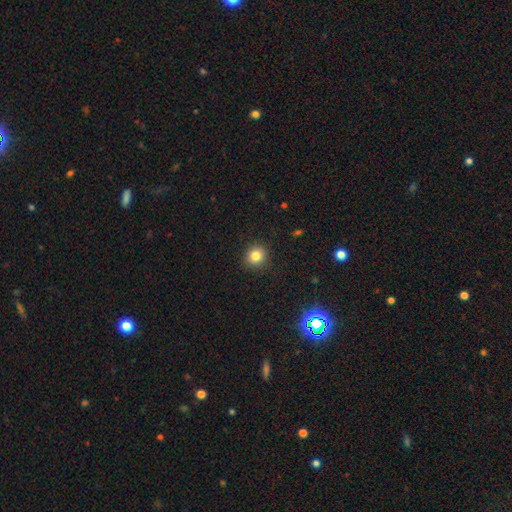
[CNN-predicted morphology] The model was most divided on "smooth or featured": smooth: 83%, star or artifact: 12%, featured or disk: 6%. More confident: merging — none (91%); how rounded — round (88%).